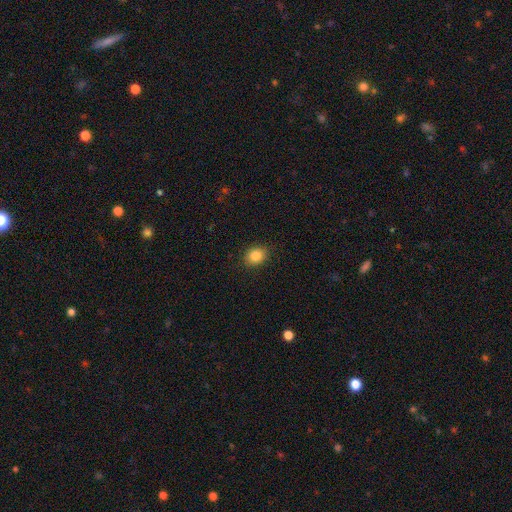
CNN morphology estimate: This is clearly a smooth galaxy (84%). How rounded: possibly round (50%). Merging: clearly none (88%).